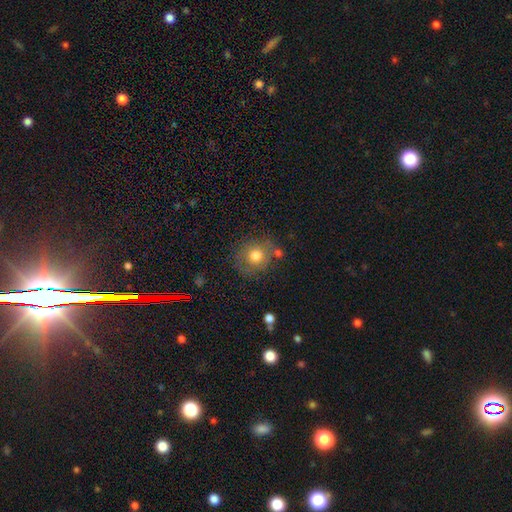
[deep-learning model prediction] Smooth or featured? smooth (74%)
How rounded? round (86%)
Merging? none (75%)